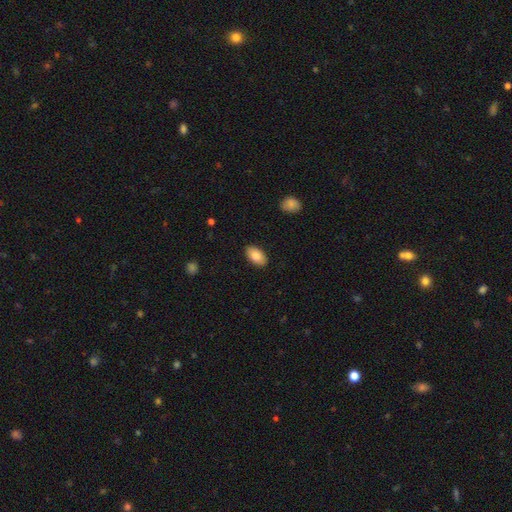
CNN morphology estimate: Smooth or featured? smooth (80%)
How rounded? in between (94%)
Merging? none (89%)